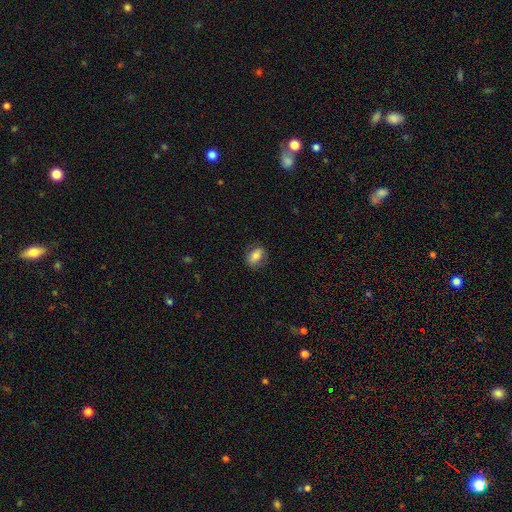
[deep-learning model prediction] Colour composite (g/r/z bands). It shows a smooth galaxy with no disk features (74%) that is in between round and cigar-shaped (78%). Merging: none (79%).